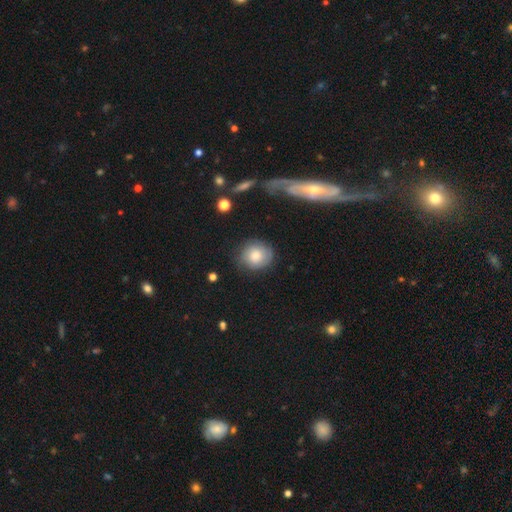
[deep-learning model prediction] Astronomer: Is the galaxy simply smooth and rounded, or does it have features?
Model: smooth — 64%.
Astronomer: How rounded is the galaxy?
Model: round — 79%.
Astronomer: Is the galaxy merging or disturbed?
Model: none — 75%.